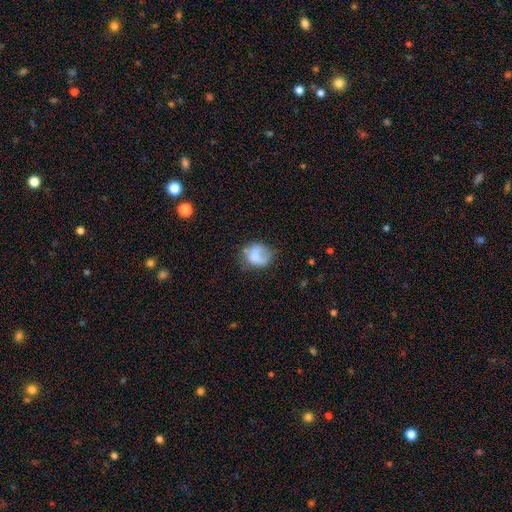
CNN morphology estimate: smooth-or-featured: smooth: 67% | featured or disk: 24% | star or artifact: 9%
  how-rounded: round: 66% | in between: 33% | cigar-shaped: 1%
  merging: none: 44% | minor disturbance: 29% | major disturbance: 23% | merger: 5%